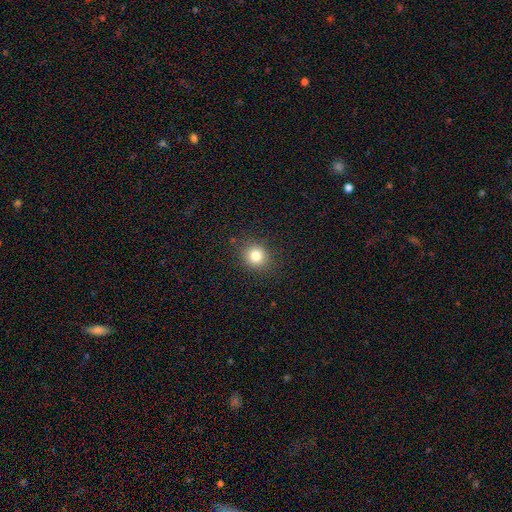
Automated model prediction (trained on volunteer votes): Morphology: type=smooth (81%); roundness=round (83%); merging=none (87%).